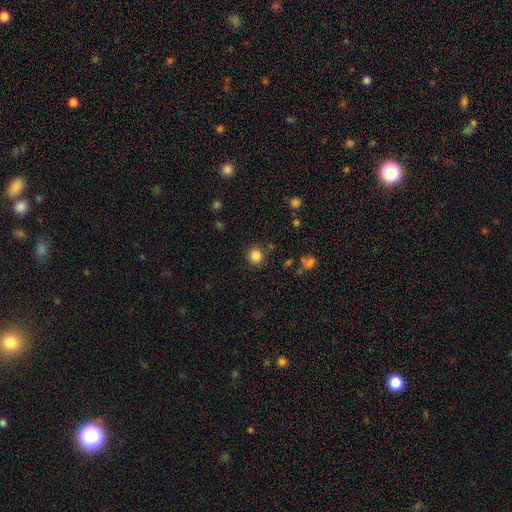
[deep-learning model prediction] Q: Smooth or featured?
A: smooth (84%); runner-up: star or artifact (12%)
Q: How rounded?
A: round (89%); runner-up: in between (10%)
Q: Merging?
A: none (88%); runner-up: minor disturbance (8%)